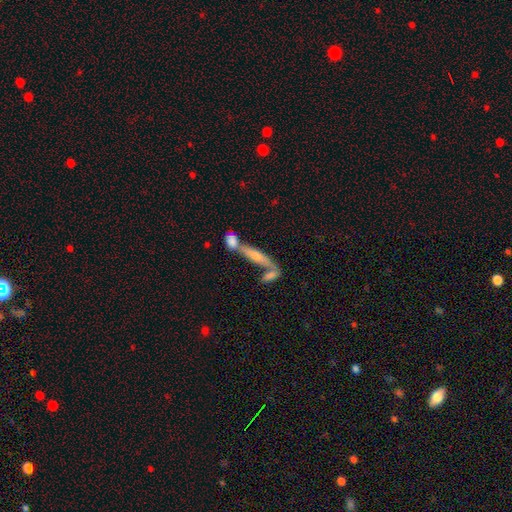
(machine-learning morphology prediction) smooth-or-featured: featured or disk: 54% | smooth: 29% | star or artifact: 16%
  disk-edge-on: yes: 54% | no: 46%
  merging: merger: 43% | none: 35% | minor disturbance: 11% | major disturbance: 11%